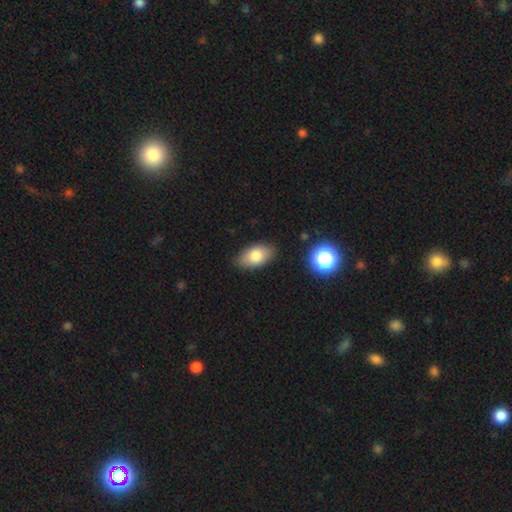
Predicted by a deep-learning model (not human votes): A smooth galaxy with no disk features (80%) that is in between round and cigar-shaped (92%). Merging: none (84%).